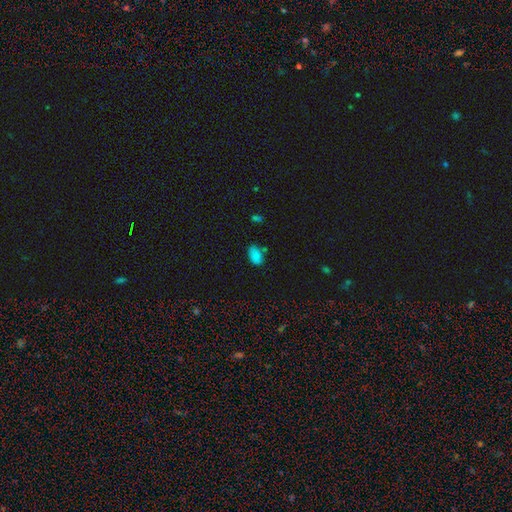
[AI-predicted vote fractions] A smooth galaxy with no disk features (83%) that is in between round and cigar-shaped (91%).

Vote fractions:
- Smooth or featured? smooth: 83% / star or artifact: 12% / featured or disk: 5%
- How rounded? in between: 91% / round: 7% / cigar-shaped: 2%
- Merging? none: 68% / minor disturbance: 21% / merger: 5% / major disturbance: 5%